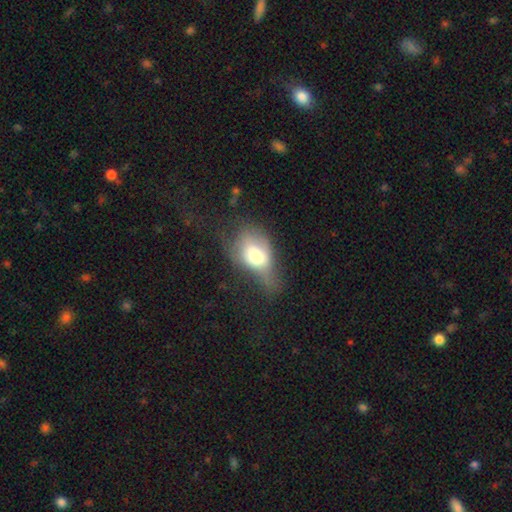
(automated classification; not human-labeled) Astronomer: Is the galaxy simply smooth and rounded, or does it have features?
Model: smooth — 66%.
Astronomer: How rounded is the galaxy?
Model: in between — 79%.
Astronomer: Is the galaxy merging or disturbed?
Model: major disturbance — 42% (runner-up: minor disturbance, 32%).